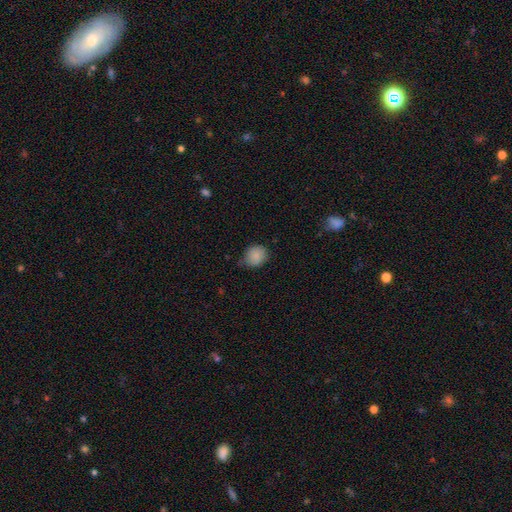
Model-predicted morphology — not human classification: This appears to be a smooth galaxy with no disk features (87%) that is round (65%). Merging: none (69%).